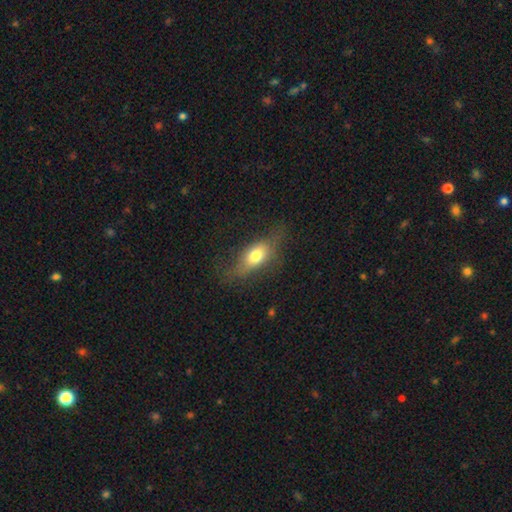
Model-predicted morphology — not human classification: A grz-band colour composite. It shows a smooth galaxy with no disk features (68%) that is in between round and cigar-shaped (78%). Merging: none (57%).